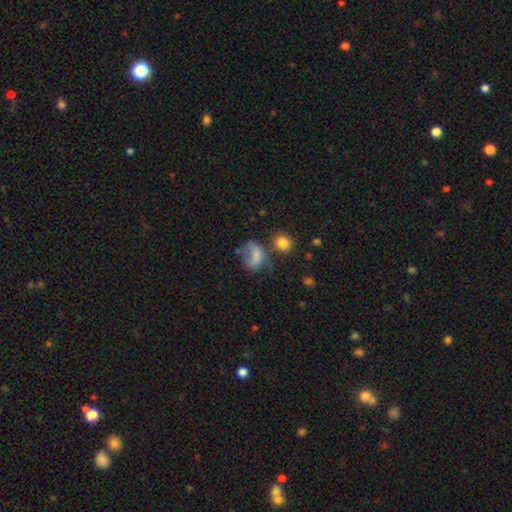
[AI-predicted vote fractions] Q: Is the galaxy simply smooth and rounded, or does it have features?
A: smooth — 65%.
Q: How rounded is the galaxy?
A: in between — 66%.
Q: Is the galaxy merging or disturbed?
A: major disturbance — 35%.